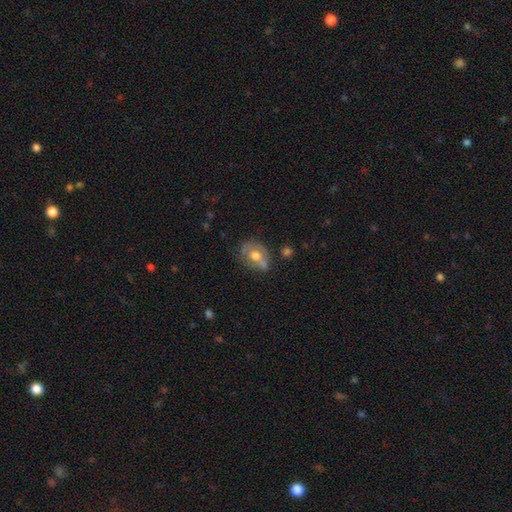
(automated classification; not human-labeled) A smooth galaxy with no disk features (50%).

Vote fractions:
- Smooth or featured? smooth: 50% / featured or disk: 42% / star or artifact: 9%
- Merging? none: 45% / minor disturbance: 30% / major disturbance: 16% / merger: 9%